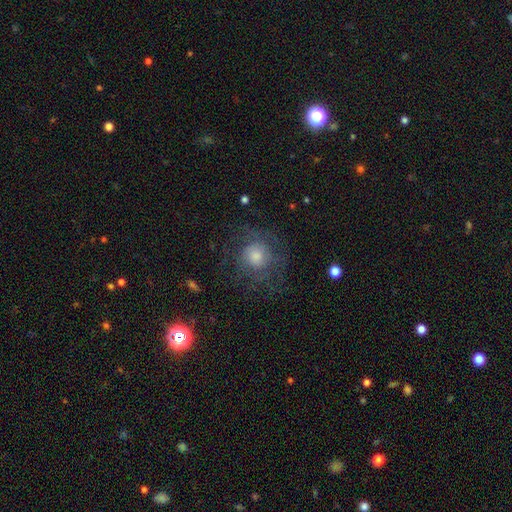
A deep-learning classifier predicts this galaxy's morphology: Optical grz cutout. It shows a featured or disk galaxy (42%). Merging: none (70%).